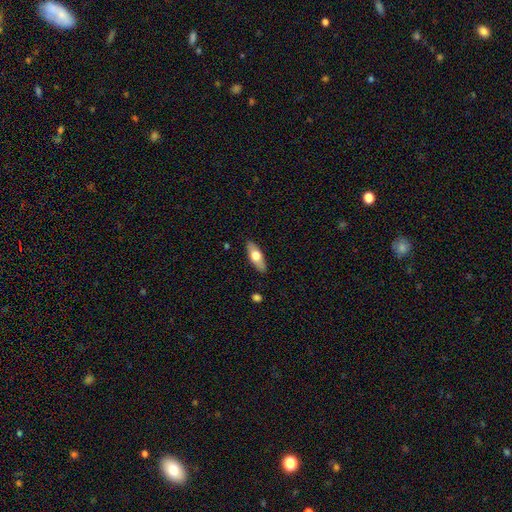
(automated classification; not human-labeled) A smooth galaxy with no disk features (60%) that is in between round and cigar-shaped (70%). Merging: none (88%).